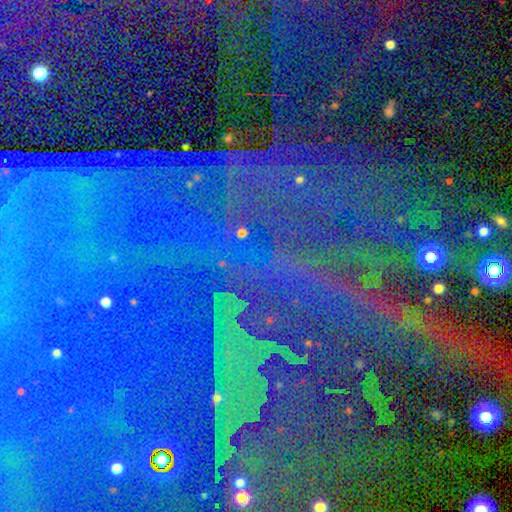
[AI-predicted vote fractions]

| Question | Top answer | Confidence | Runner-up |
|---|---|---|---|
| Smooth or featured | star or artifact | 88% | featured or disk (6%) |